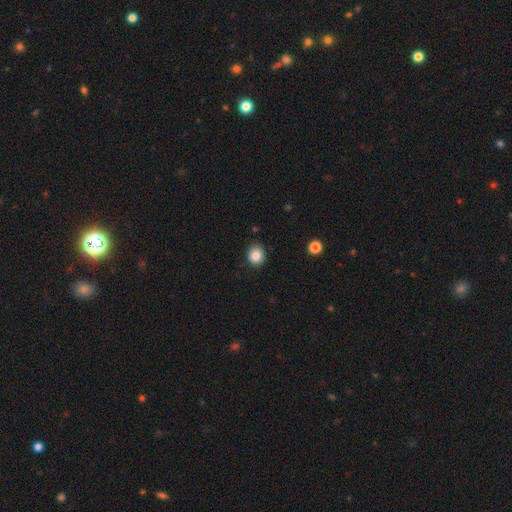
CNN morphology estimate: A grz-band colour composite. It shows a smooth galaxy with no disk features (86%) that is round (70%). Merging: none (86%).